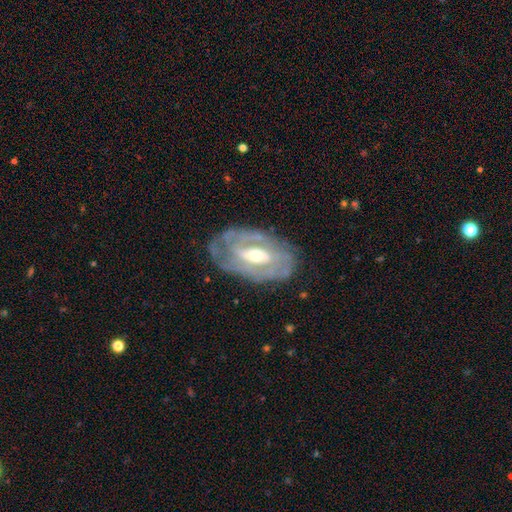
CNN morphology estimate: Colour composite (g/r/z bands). It shows a featured or disk galaxy (81%) with a weak bar (41%), tight (65%) spiral arms (80%) and a moderate central bulge (64%). Merging: none (74%).